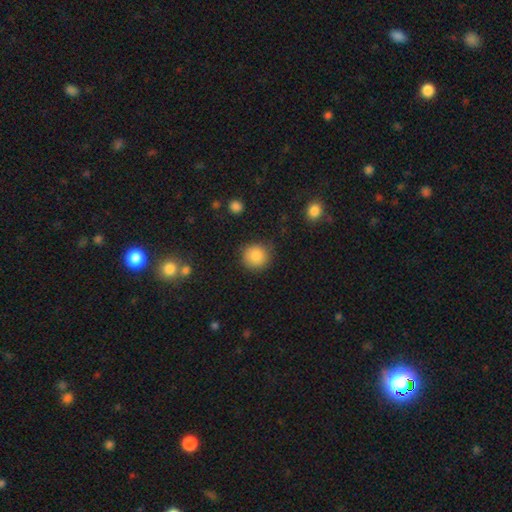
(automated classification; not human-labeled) A smooth galaxy with no disk features (85%) that is round (93%).

Vote fractions:
- Smooth or featured? smooth: 85% / star or artifact: 9% / featured or disk: 5%
- How rounded? round: 93% / in between: 6% / cigar-shaped: 1%
- Merging? none: 83% / minor disturbance: 12% / major disturbance: 3% / merger: 2%